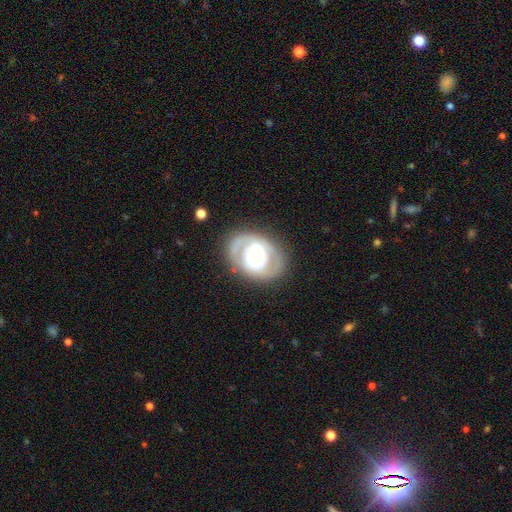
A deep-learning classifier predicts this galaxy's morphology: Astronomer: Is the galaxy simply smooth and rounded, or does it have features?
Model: featured or disk — 71%.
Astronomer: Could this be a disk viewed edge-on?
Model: no — 95%.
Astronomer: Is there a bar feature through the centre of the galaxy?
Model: no — 75%.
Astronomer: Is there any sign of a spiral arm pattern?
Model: no — 51% (runner-up: yes, 49%).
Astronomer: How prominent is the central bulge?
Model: moderate — 66%.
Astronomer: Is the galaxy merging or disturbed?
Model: none — 77%.